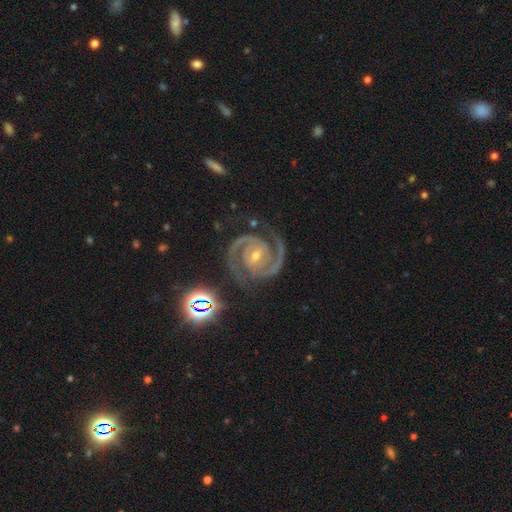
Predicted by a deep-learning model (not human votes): smooth_or_featured: featured or disk (p=0.93) [alt: star or artifact p=0.05]
disk_edge_on: no (p=0.98) [alt: yes p=0.02]
bar: weak (p=0.39) [alt: no p=0.35]
has_spiral_arms: yes (p=0.99) [alt: no p=0.01]
spiral_winding: tight (p=0.59) [alt: medium p=0.37]
spiral_arm_count: 2 (p=0.91) [alt: 3 p=0.04]
bulge_size: small (p=0.61) [alt: moderate p=0.36]
merging: none (p=0.81) [alt: minor disturbance p=0.13]